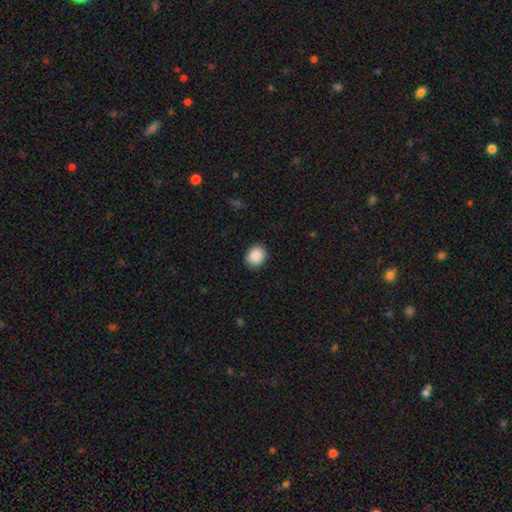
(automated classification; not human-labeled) The model was most divided on "how rounded": round: 54%, in between: 45%, cigar-shaped: 1%. More confident: smooth or featured — smooth (90%); merging — none (89%).